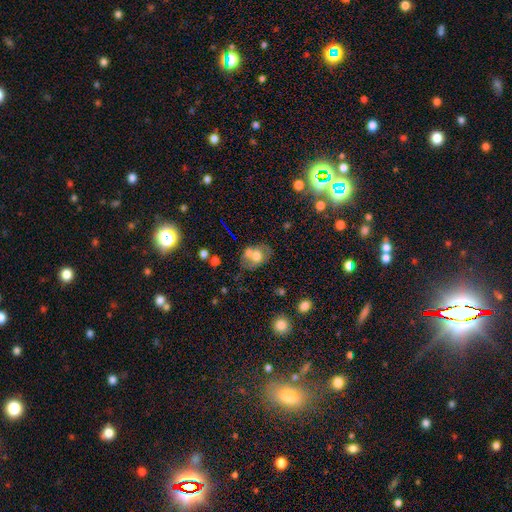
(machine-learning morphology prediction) type=smooth (55%); roundness=in between (64%); merging=merger (39%).